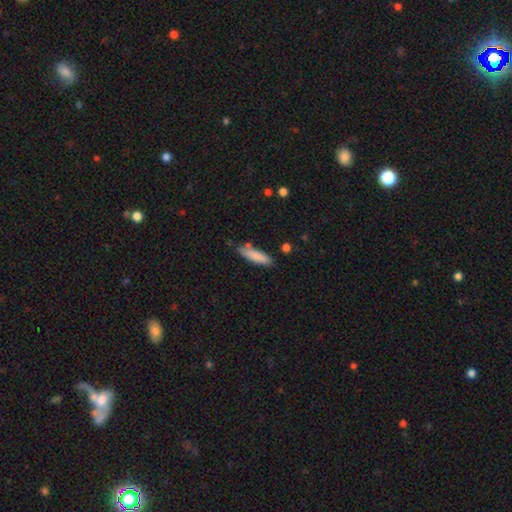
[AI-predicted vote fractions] Overall: smooth (85%). How rounded: cigar-shaped (65%; in between 34%). Merging: none (73%).